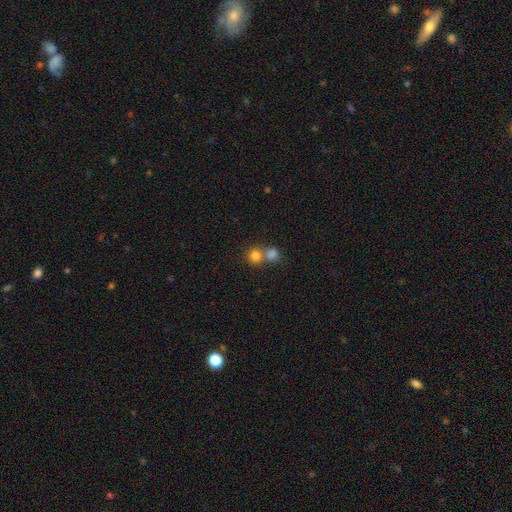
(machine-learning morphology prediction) This appears to be a smooth galaxy with no disk features (80%) that is round (89%). Merging: none (49%).